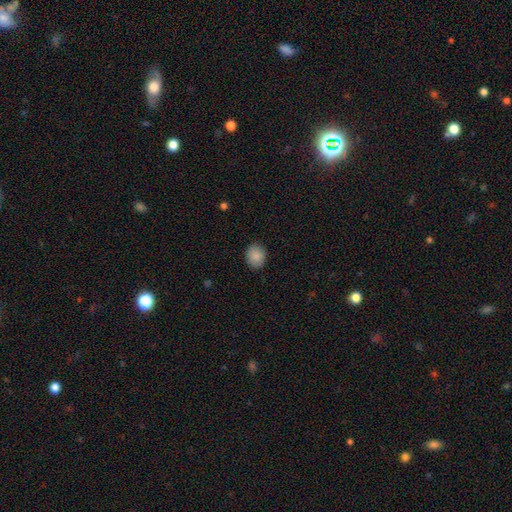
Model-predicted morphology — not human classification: smooth-or-featured: smooth: 88% | star or artifact: 8% | featured or disk: 4%
  how-rounded: round: 58% | in between: 41% | cigar-shaped: 1%
  merging: none: 88% | minor disturbance: 9% | major disturbance: 2% | merger: 1%